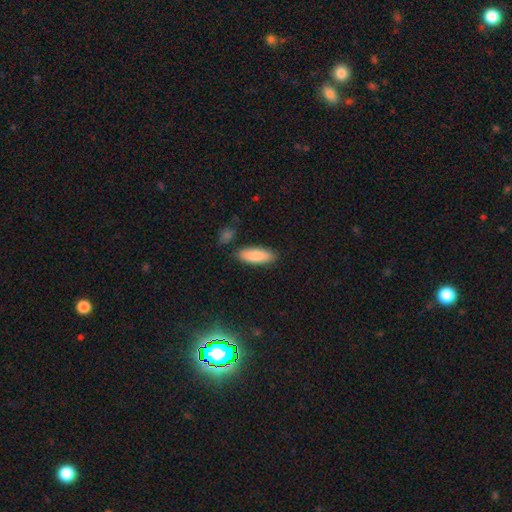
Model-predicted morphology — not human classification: A smooth galaxy with no disk features (85%) that is in between round and cigar-shaped (70%). Merging: none (84%).